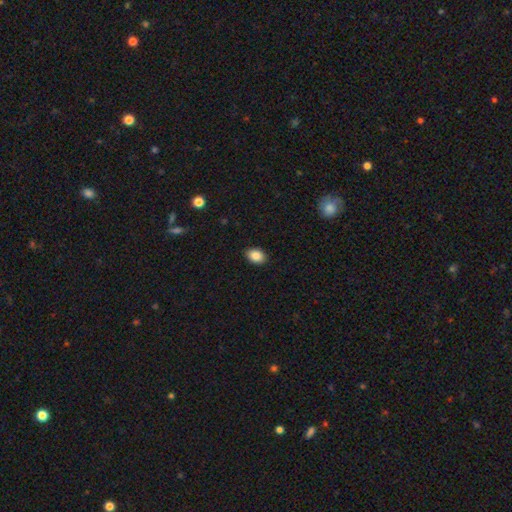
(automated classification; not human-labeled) Smooth or featured? Predicted: smooth (p=0.87). How rounded? Predicted: in between (p=0.79). Merging? Predicted: none (p=0.89).